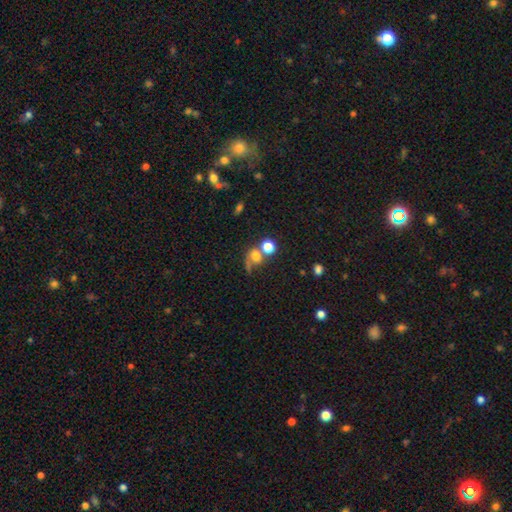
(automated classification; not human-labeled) A smooth galaxy with no disk features (65%) that is round (69%).

Vote fractions:
- Smooth or featured? smooth: 65% / featured or disk: 18% / star or artifact: 17%
- How rounded? round: 69% / in between: 29% / cigar-shaped: 2%
- Merging? merger: 41% / none: 31% / major disturbance: 16% / minor disturbance: 12%